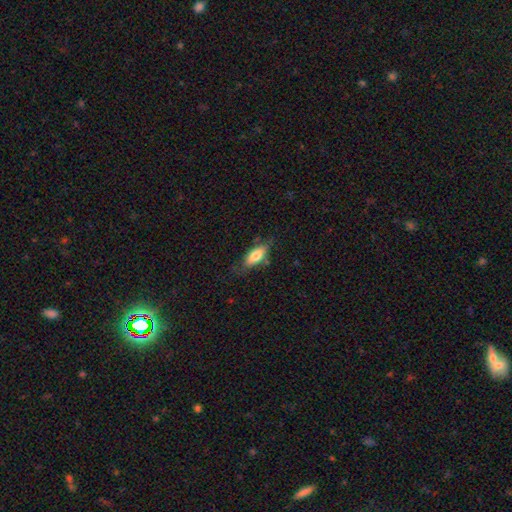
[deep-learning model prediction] Smooth or featured?
  - smooth: 75% *
  - featured or disk: 19%
  - star or artifact: 6%
How rounded?
  - in between: 78% *
  - cigar-shaped: 19%
  - round: 2%
Merging?
  - none: 69% *
  - minor disturbance: 23%
  - major disturbance: 6%
  - merger: 3%